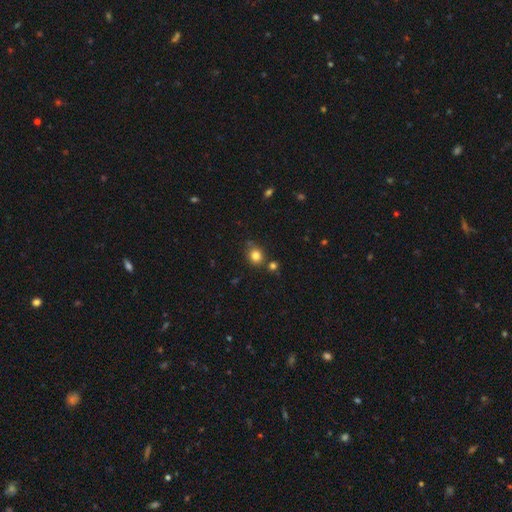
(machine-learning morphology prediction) A smooth galaxy with no disk features (82%) that is round (74%). Merging: none (74%).